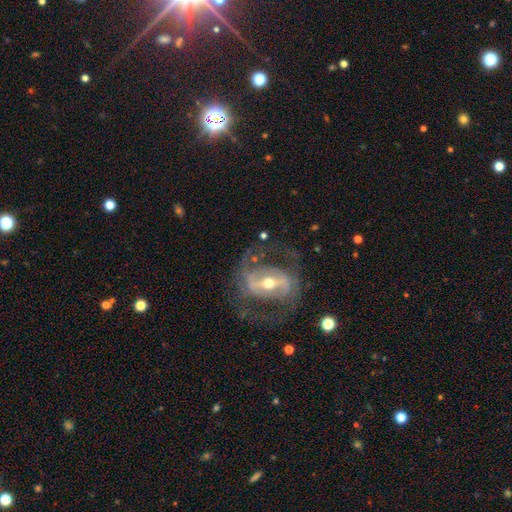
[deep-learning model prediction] Morphology: type=featured or disk (79%); edge-on=no (95%); bar=strong (41%); spiral arms=yes (85%); winding=medium (47%); arm count=2 (73%); bulge=small (50%); merging=none (67%).